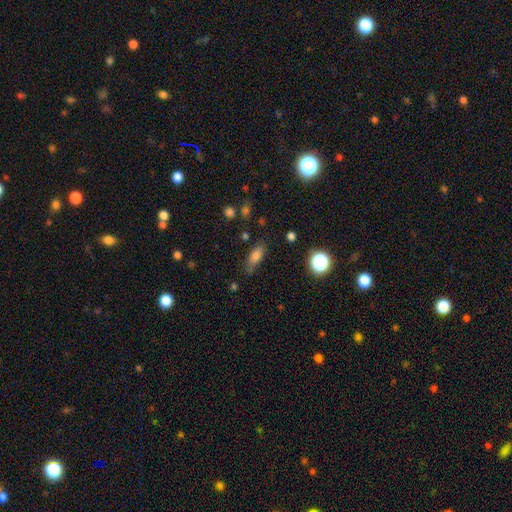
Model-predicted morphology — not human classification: Smooth or featured?
  - smooth: 77% *
  - featured or disk: 12%
  - star or artifact: 11%
How rounded?
  - in between: 71% *
  - cigar-shaped: 23%
  - round: 5%
Merging?
  - none: 73% *
  - minor disturbance: 19%
  - major disturbance: 5%
  - merger: 3%